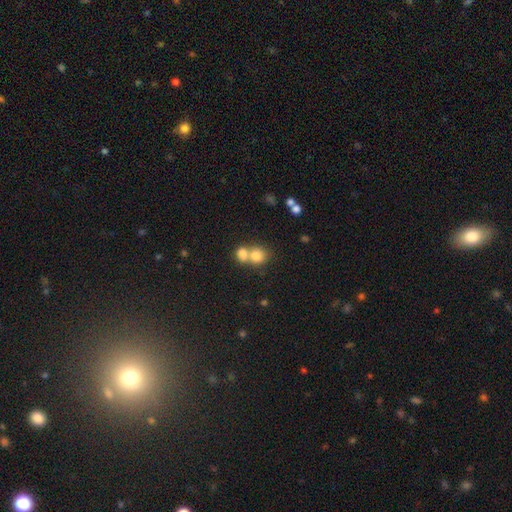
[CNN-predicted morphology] Smooth or featured: smooth — 79% (featured or disk — 11%)
How rounded: round — 75% (in between — 24%)
Merging: merger — 60% (none — 31%)